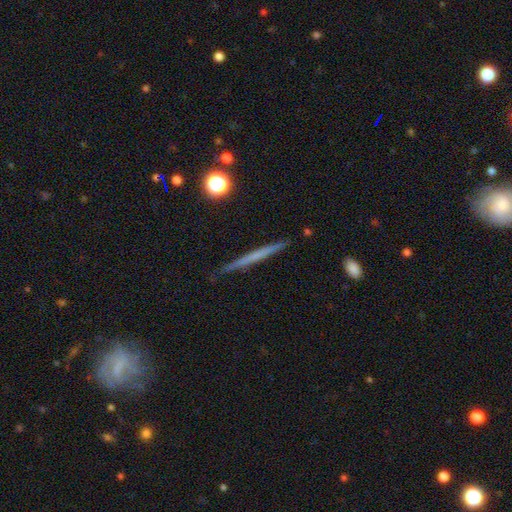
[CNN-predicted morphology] This appears to be a featured or disk galaxy (50%) viewed edge-on (97%). Merging: none (90%).